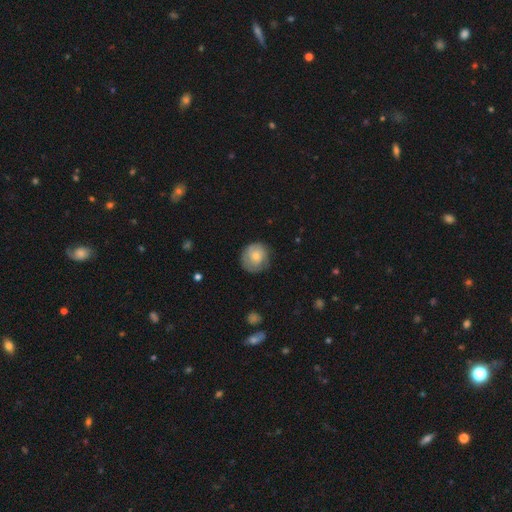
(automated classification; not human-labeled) Smooth or featured: smooth — 64% (featured or disk — 29%)
How rounded: round — 86% (in between — 13%)
Merging: none — 72% (minor disturbance — 21%)